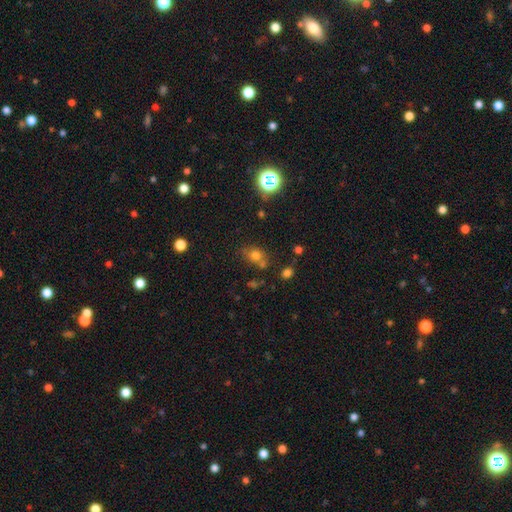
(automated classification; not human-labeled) Morphology: type=smooth (67%); roundness=round (59%); merging=none (60%).